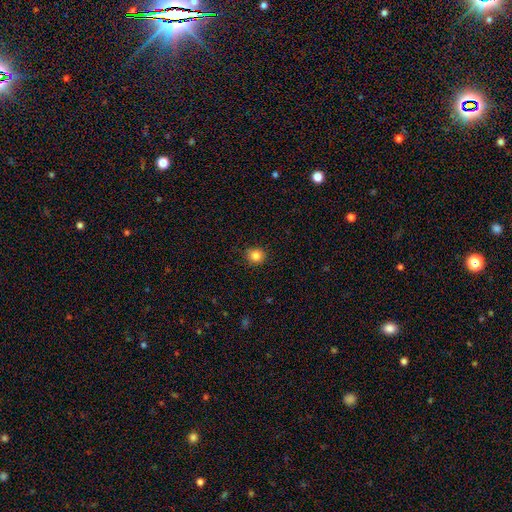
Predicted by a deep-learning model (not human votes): Smooth or featured?
  - smooth: 84% *
  - star or artifact: 11%
  - featured or disk: 5%
How rounded?
  - round: 88% *
  - in between: 11%
  - cigar-shaped: 1%
Merging?
  - none: 87% *
  - minor disturbance: 10%
  - major disturbance: 2%
  - merger: 1%